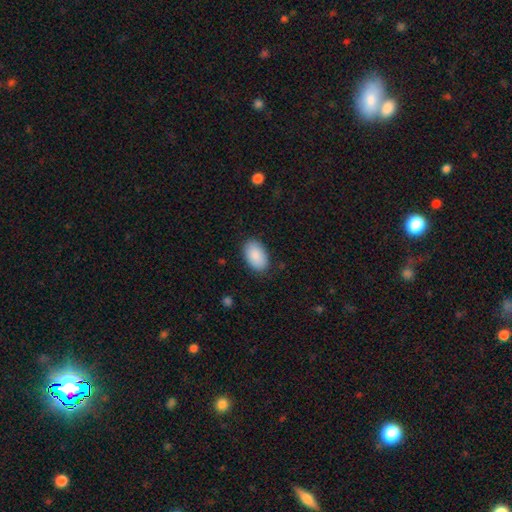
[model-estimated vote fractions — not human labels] Smooth or featured: smooth — 89% (star or artifact — 6%)
How rounded: in between — 94% (round — 5%)
Merging: none — 86% (minor disturbance — 11%)